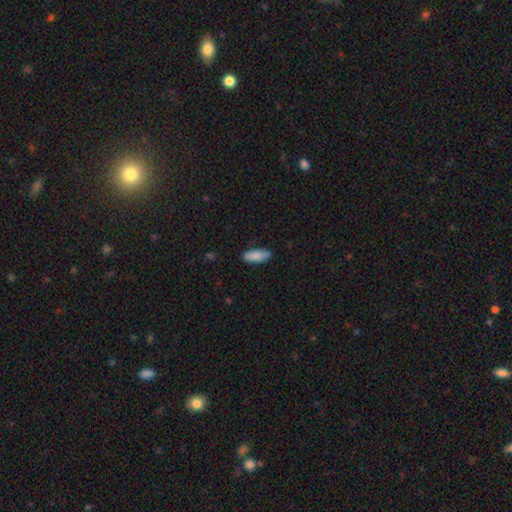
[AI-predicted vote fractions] This appears to be a smooth galaxy with no disk features (86%) that is in between round and cigar-shaped (70%). Merging: none (83%).